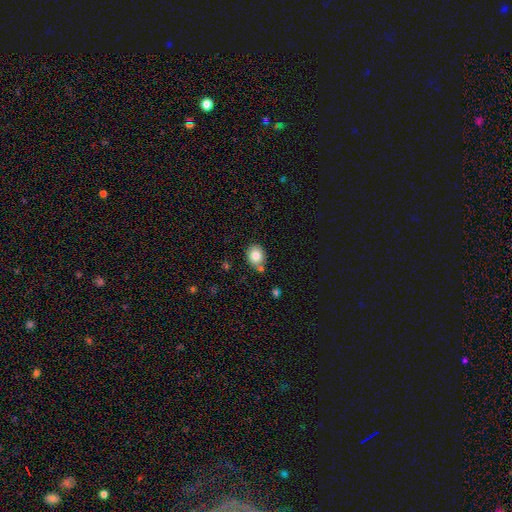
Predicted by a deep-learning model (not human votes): smooth_or_featured: smooth (p=0.83) [alt: star or artifact p=0.09]
how_rounded: round (p=0.50) [alt: in between p=0.49]
merging: none (p=0.68) [alt: minor disturbance p=0.17]